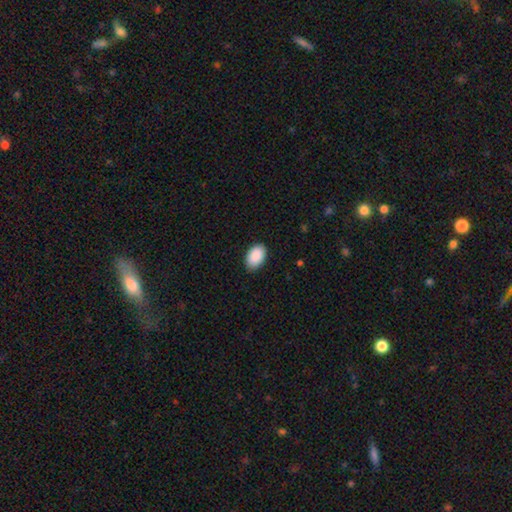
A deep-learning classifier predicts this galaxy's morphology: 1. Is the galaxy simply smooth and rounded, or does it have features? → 91% smooth, 6% star or artifact, 3% featured or disk.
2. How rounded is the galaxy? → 92% in between, 7% round, 1% cigar-shaped.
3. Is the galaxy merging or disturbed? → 86% none, 11% minor disturbance, 2% major disturbance, 1% merger.